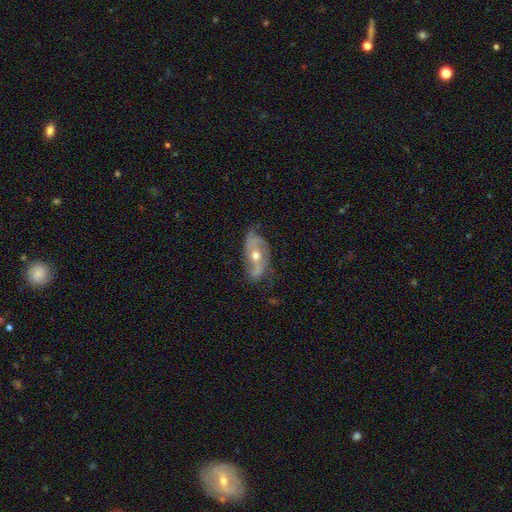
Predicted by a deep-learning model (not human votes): Smooth or featured?
  - featured or disk: 82% *
  - smooth: 12%
  - star or artifact: 7%
Edge-on disk?
  - no: 94% *
  - yes: 6%
Bar?
  - no: 55% *
  - weak: 29%
  - strong: 16%
Spiral arms?
  - yes: 90% *
  - no: 10%
Spiral winding?
  - medium: 41% *
  - loose: 35%
  - tight: 25%
Spiral arm count?
  - 2: 67% *
  - can't tell: 12%
  - 3: 12%
  - 1: 4%
  - 4: 3%
  - more than 4: 2%
Bulge size?
  - moderate: 71% *
  - small: 24%
  - large: 3%
  - none: 1%
  - dominant: 1%
Merging?
  - none: 60% *
  - minor disturbance: 26%
  - major disturbance: 12%
  - merger: 2%